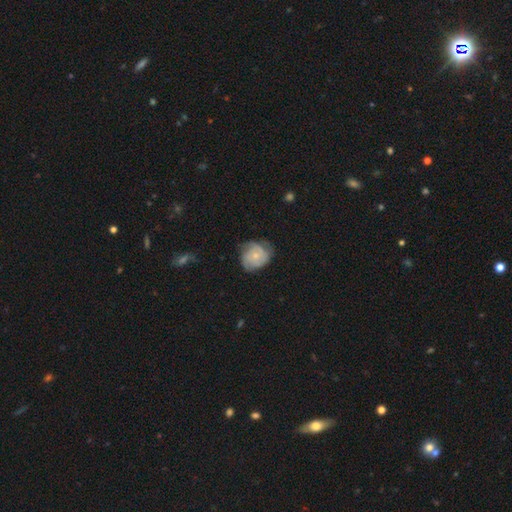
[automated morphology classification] smooth_or_featured: featured or disk (p=0.50) [alt: smooth p=0.43]
merging: none (p=0.54) [alt: minor disturbance p=0.32]